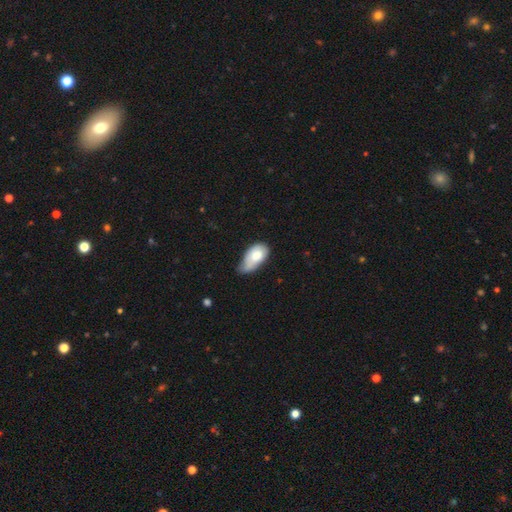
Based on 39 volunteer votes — Overall: smooth (82%). How rounded: in between (97%). Merging: minor disturbance (42%; none 26%).